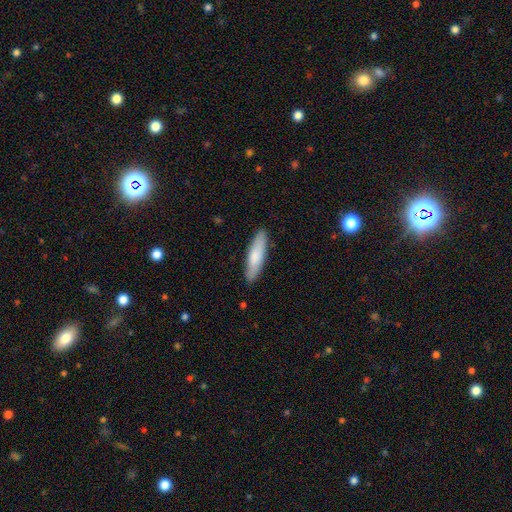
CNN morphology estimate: A smooth galaxy with no disk features (78%) that is cigar-shaped (71%).

Vote fractions:
- Smooth or featured? smooth: 78% / featured or disk: 17% / star or artifact: 5%
- How rounded? cigar-shaped: 71% / in between: 28% / round: 1%
- Merging? none: 88% / minor disturbance: 10% / major disturbance: 2% / merger: 1%